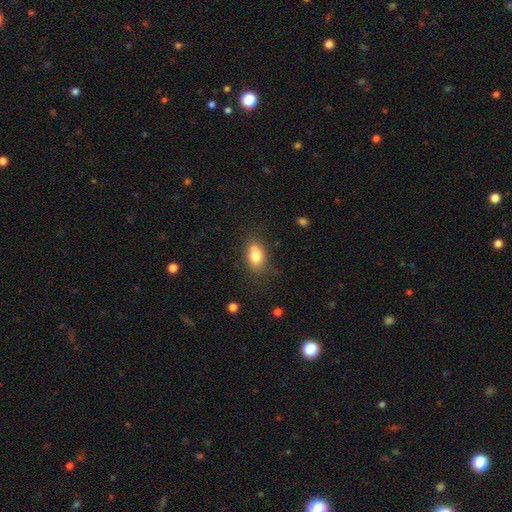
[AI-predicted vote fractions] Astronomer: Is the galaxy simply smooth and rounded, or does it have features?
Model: smooth — 75%.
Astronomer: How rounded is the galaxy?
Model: in between — 71%.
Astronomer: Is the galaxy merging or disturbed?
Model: none — 52%.